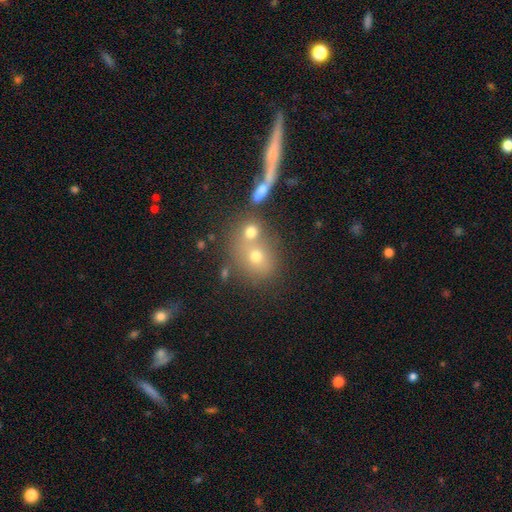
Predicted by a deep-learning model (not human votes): Smooth or featured? smooth (54%)
How rounded? round (71%)
Merging? none (51%)